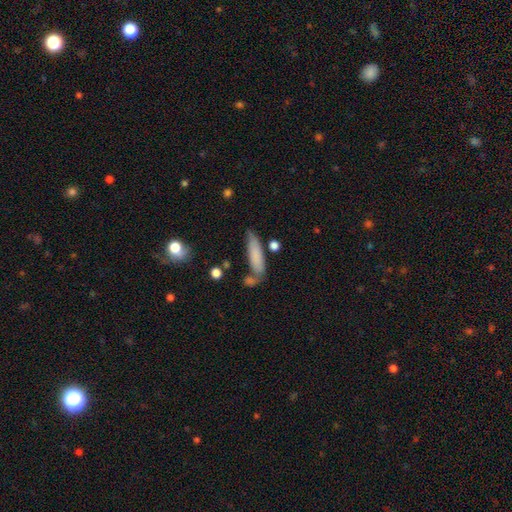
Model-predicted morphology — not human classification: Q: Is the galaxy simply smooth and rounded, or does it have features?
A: smooth — 78%.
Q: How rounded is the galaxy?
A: cigar-shaped — 65%.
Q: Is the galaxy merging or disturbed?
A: none — 61%.